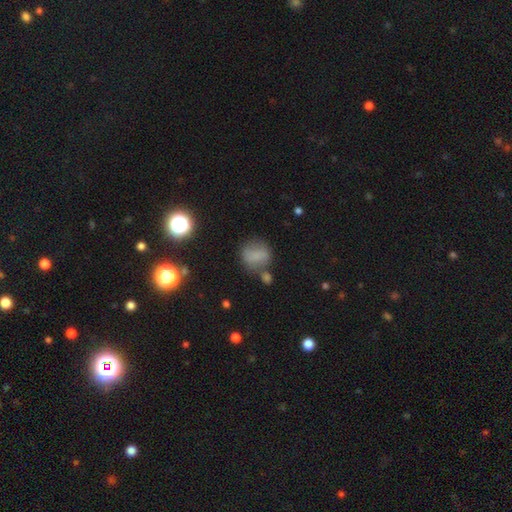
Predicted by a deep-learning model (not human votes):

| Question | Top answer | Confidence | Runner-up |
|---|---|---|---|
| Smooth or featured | smooth | 70% | featured or disk (16%) |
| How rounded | round | 68% | in between (31%) |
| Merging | none | 54% | minor disturbance (23%) |